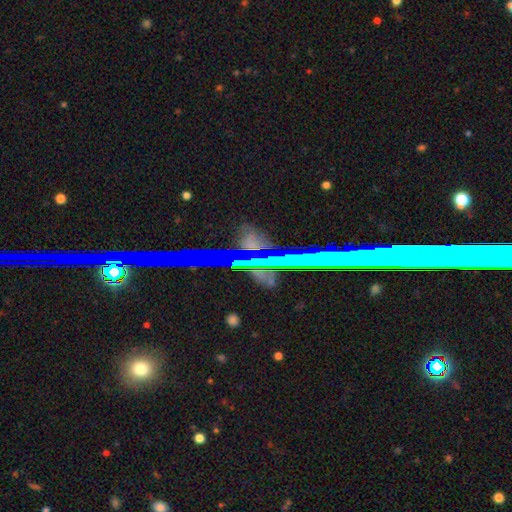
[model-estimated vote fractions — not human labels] This appears to be a star or artifact, not a galaxy (53%).